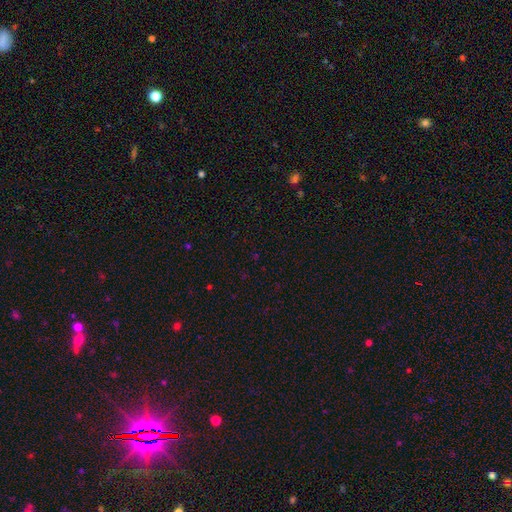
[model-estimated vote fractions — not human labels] The model was most divided on "smooth or featured": star or artifact: 65%, smooth: 28%, featured or disk: 7%.